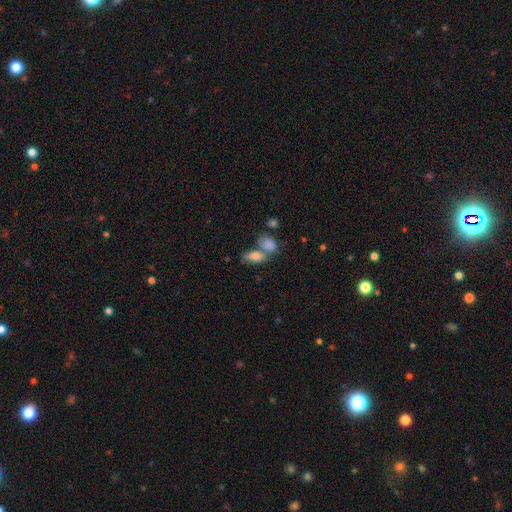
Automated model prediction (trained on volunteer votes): Smooth or featured?
  - smooth: 78% *
  - featured or disk: 13%
  - star or artifact: 10%
How rounded?
  - in between: 84% *
  - round: 9%
  - cigar-shaped: 7%
Merging?
  - merger: 45% *
  - none: 36%
  - minor disturbance: 12%
  - major disturbance: 6%